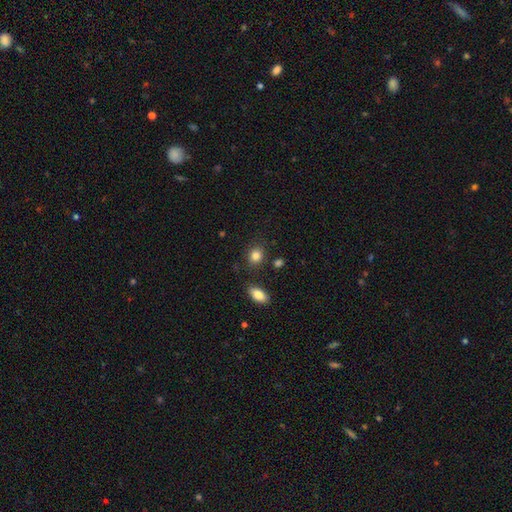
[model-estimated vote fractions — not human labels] A smooth galaxy with no disk features (84%) that is round (54%).

Vote fractions:
- Smooth or featured? smooth: 84% / star or artifact: 10% / featured or disk: 6%
- How rounded? round: 54% / in between: 45% / cigar-shaped: 1%
- Merging? none: 81% / minor disturbance: 11% / merger: 4% / major disturbance: 3%